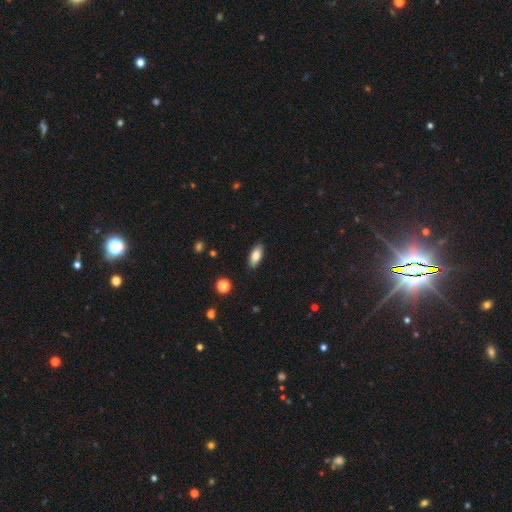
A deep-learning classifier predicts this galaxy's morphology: Smooth or featured: smooth — 79% (featured or disk — 13%)
How rounded: in between — 85% (cigar-shaped — 13%)
Merging: none — 89% (minor disturbance — 8%)